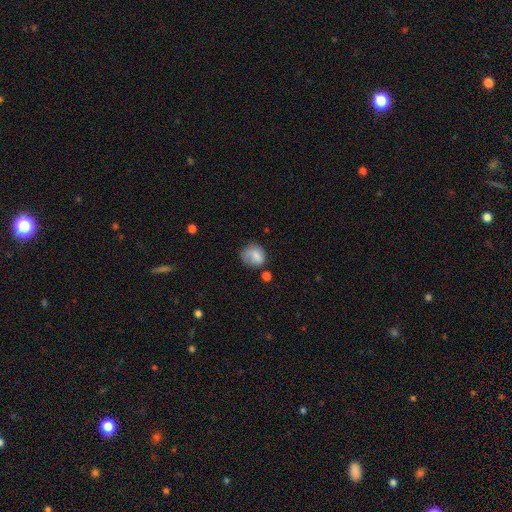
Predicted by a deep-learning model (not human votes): A smooth galaxy with no disk features (75%) that is round (65%). Merging: none (47%).